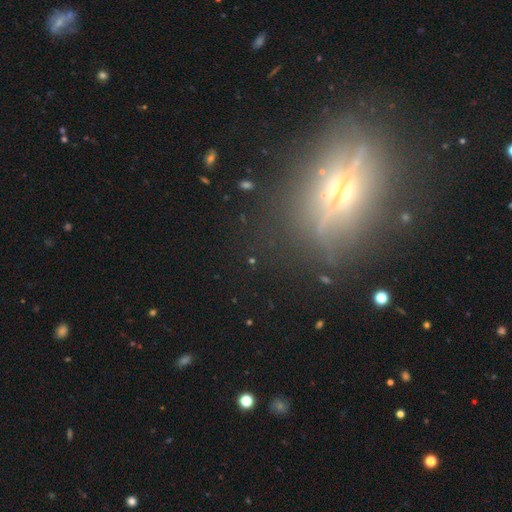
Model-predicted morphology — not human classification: Smooth or featured? featured or disk (54%)
Edge-on disk? yes (76%)
Merging? none (78%)